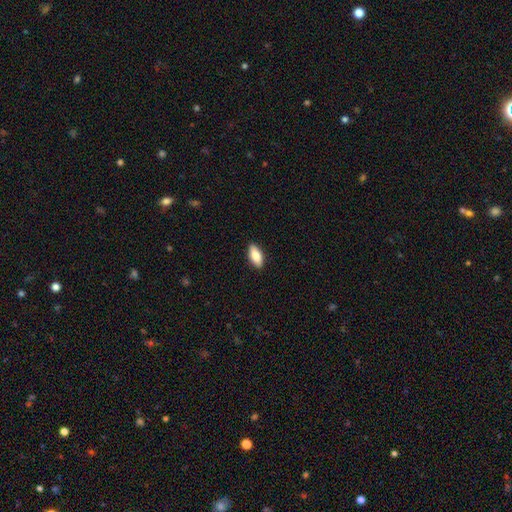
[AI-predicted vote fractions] Smooth or featured? Predicted: smooth (p=0.84). How rounded? Predicted: in between (p=0.85). Merging? Predicted: none (p=0.89).